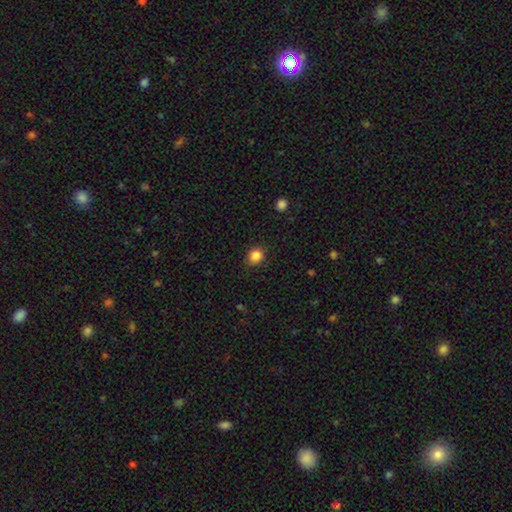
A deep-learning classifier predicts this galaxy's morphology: This is clearly a smooth galaxy (85%). How rounded: clearly round (80%). Merging: clearly none (87%).